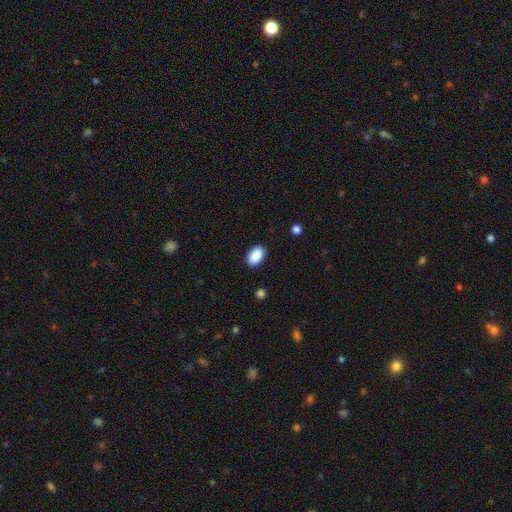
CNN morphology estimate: The model was most divided on "merging": none: 88%, minor disturbance: 8%, major disturbance: 2%, merger: 1%. More confident: how rounded — in between (92%); smooth or featured — smooth (90%).